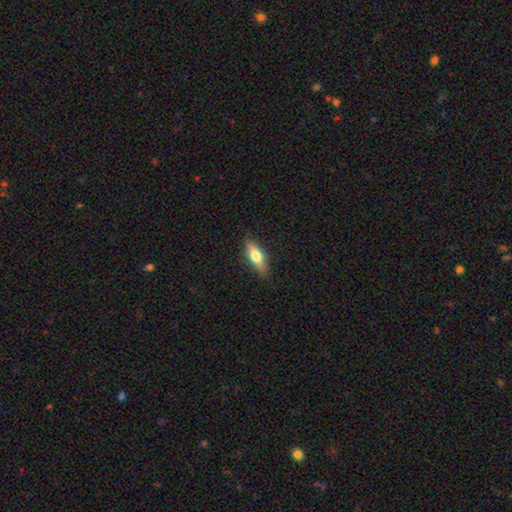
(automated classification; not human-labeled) A smooth galaxy with no disk features (65%) that is in between round and cigar-shaped (57%).

Vote fractions:
- Smooth or featured? smooth: 65% / featured or disk: 28% / star or artifact: 6%
- How rounded? in between: 57% / cigar-shaped: 40% / round: 3%
- Merging? none: 85% / minor disturbance: 12% / major disturbance: 2% / merger: 1%